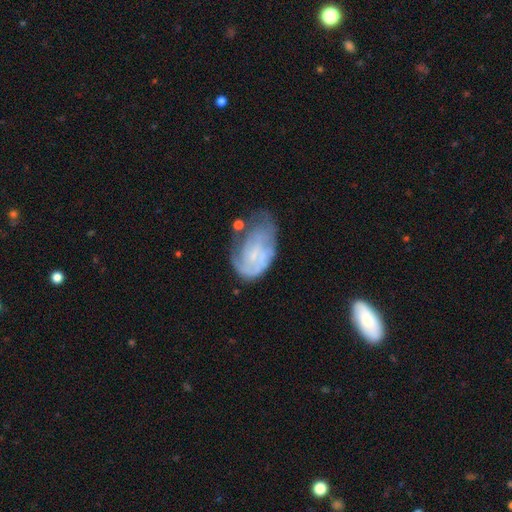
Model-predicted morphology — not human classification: Smooth or featured? featured or disk (69%)
Edge-on disk? no (97%)
Bar? no (64%)
Spiral arms? yes (83%)
Spiral winding? tight (51%)
Spiral arm count? can't tell (42%)
Bulge size? small (66%)
Merging? minor disturbance (32%, tied with major disturbance)